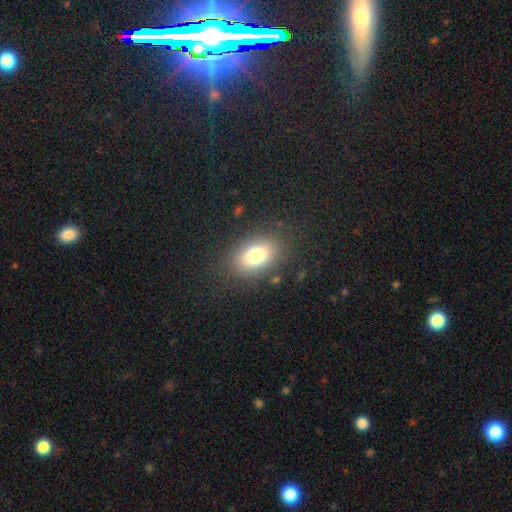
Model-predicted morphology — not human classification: A smooth galaxy with no disk features (77%) that is in between round and cigar-shaped (79%). Merging: none (83%).